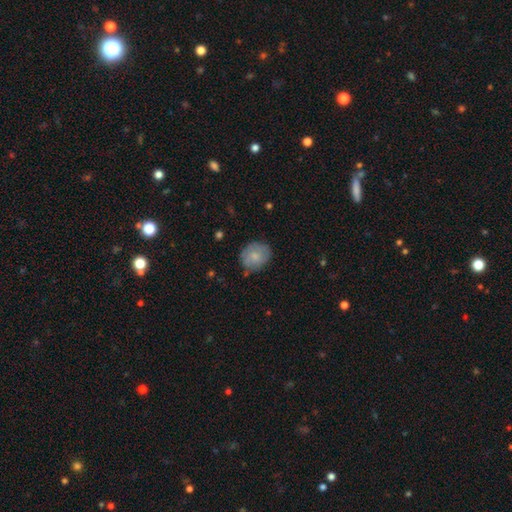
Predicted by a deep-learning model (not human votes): Smooth or featured?
  - smooth: 73% *
  - featured or disk: 20%
  - star or artifact: 7%
How rounded?
  - round: 61% *
  - in between: 38%
  - cigar-shaped: 1%
Merging?
  - none: 71% *
  - minor disturbance: 22%
  - major disturbance: 5%
  - merger: 2%